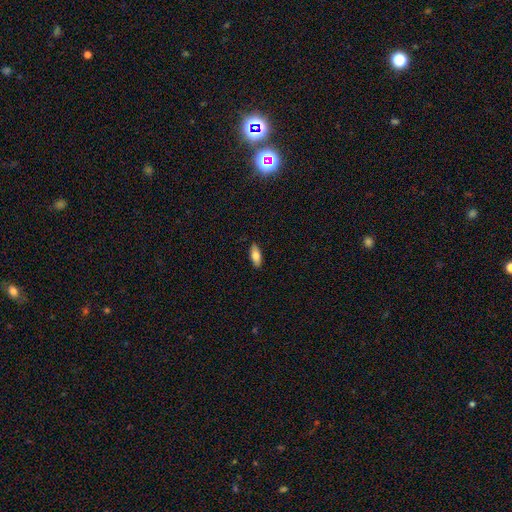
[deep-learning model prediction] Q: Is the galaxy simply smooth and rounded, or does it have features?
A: smooth — 76%.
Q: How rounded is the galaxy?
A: in between — 78%.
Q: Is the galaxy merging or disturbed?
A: none — 89%.